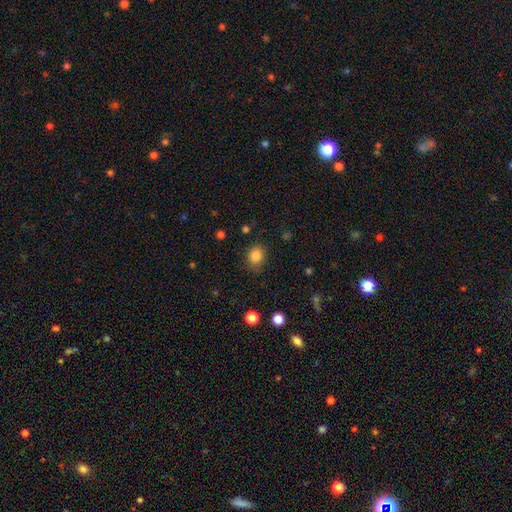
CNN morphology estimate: This appears to be a smooth galaxy with no disk features (85%) that is round (66%). Merging: none (81%).